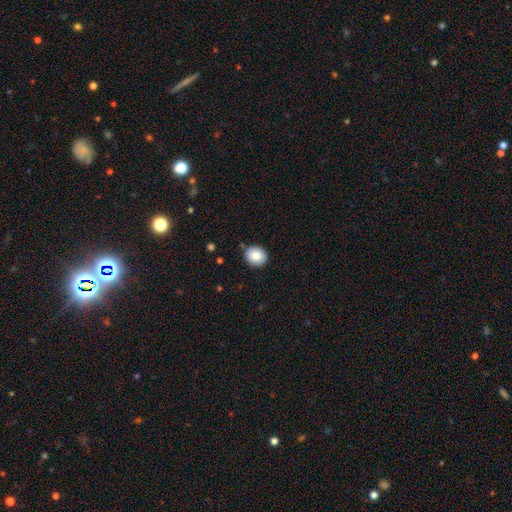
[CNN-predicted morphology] This appears to be a smooth galaxy with no disk features (81%) that is round (81%). Merging: none (89%).